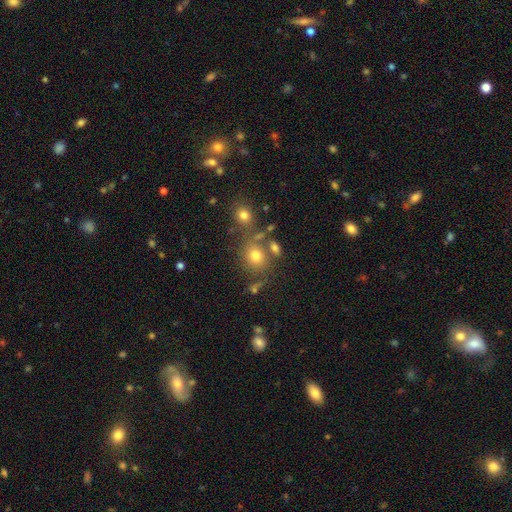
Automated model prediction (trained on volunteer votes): smooth-or-featured: smooth: 71% | star or artifact: 16% | featured or disk: 13%
  how-rounded: round: 67% | in between: 32% | cigar-shaped: 1%
  merging: none: 63% | merger: 18% | minor disturbance: 13% | major disturbance: 6%